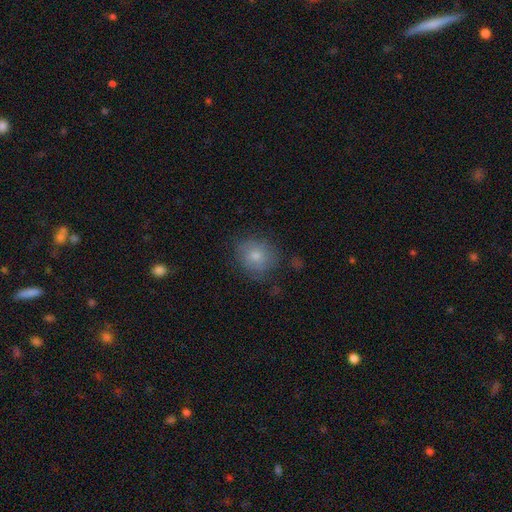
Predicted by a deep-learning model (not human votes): Smooth or featured? Predicted: smooth (p=0.68). How rounded? Predicted: round (p=0.78). Merging? Predicted: none (p=0.76).